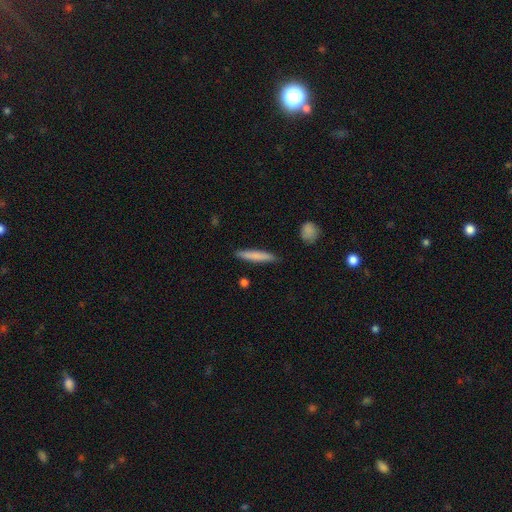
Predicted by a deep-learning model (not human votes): The model was most divided on "smooth or featured": smooth: 78%, featured or disk: 17%, star or artifact: 6%. More confident: how rounded — cigar-shaped (93%); merging — none (89%).